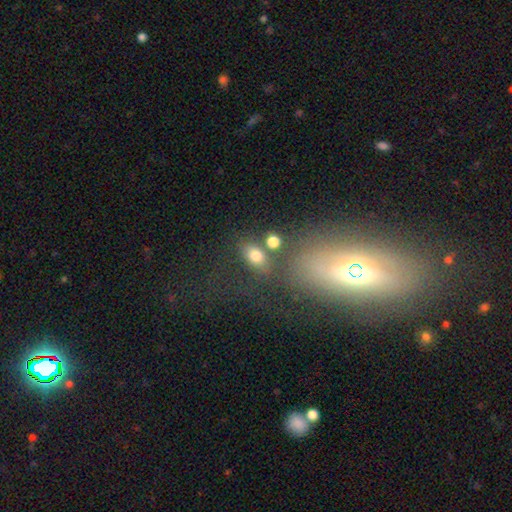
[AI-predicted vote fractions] A smooth galaxy with no disk features (74%) that is in between round and cigar-shaped (71%). Merging: none (63%).